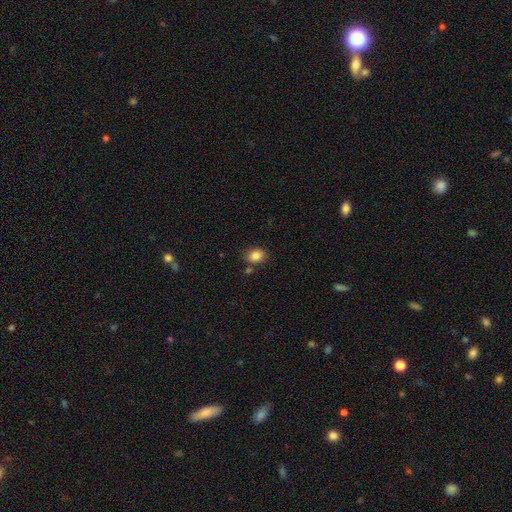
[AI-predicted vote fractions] Q: Smooth or featured?
A: smooth (85%); runner-up: star or artifact (10%)
Q: How rounded?
A: in between (58%); runner-up: round (41%)
Q: Merging?
A: none (76%); runner-up: minor disturbance (13%)